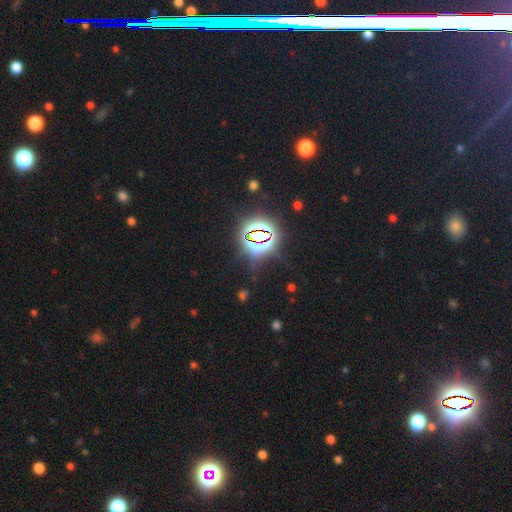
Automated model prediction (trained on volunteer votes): Morphology: type=star or artifact (76%).